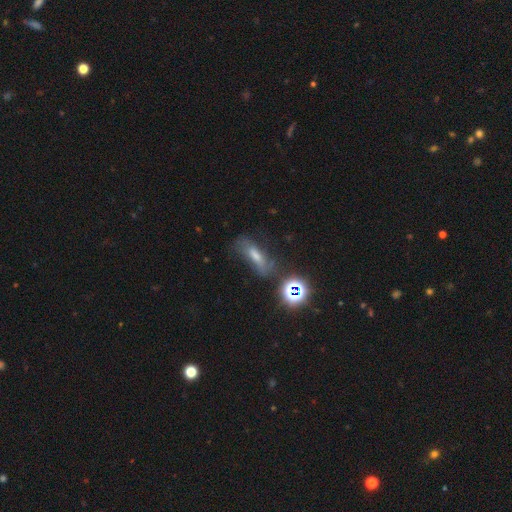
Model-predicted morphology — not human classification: smooth_or_featured: smooth (p=0.41) [alt: featured or disk p=0.32]
merging: none (p=0.57) [alt: minor disturbance p=0.23]